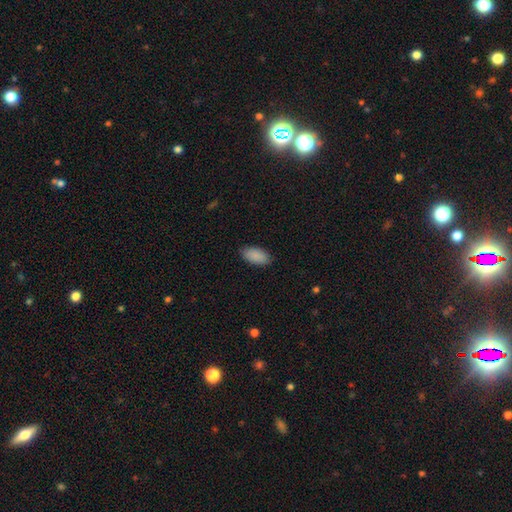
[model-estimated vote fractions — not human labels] A smooth galaxy with no disk features (90%) that is in between round and cigar-shaped (94%).

Vote fractions:
- Smooth or featured? smooth: 90% / star or artifact: 6% / featured or disk: 4%
- How rounded? in between: 94% / cigar-shaped: 4% / round: 2%
- Merging? none: 87% / minor disturbance: 10% / major disturbance: 2% / merger: 1%